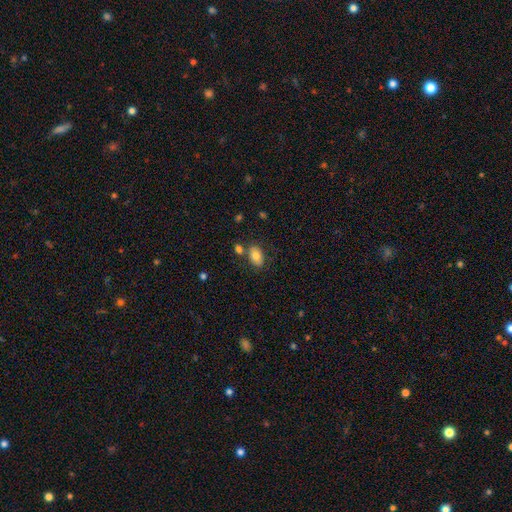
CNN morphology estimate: type=smooth (79%); roundness=in between (88%); merging=none (68%).